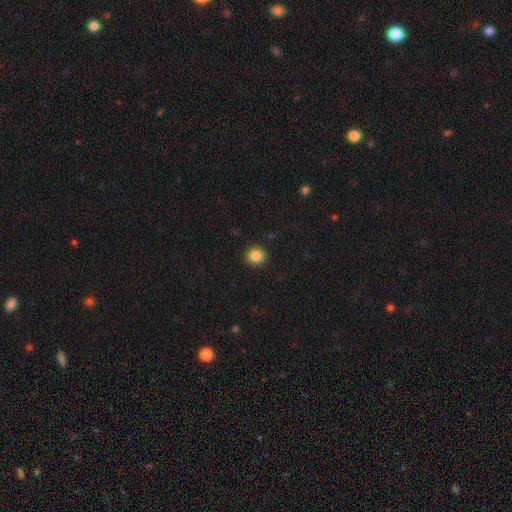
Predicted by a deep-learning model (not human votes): The model was most divided on "smooth or featured": smooth: 85%, star or artifact: 11%, featured or disk: 4%. More confident: how rounded — round (93%); merging — none (92%).